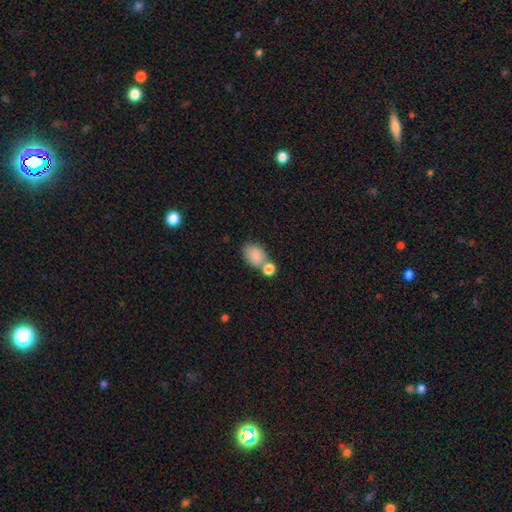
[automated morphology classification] Smooth or featured? smooth (85%)
How rounded? in between (79%)
Merging? none (50%)